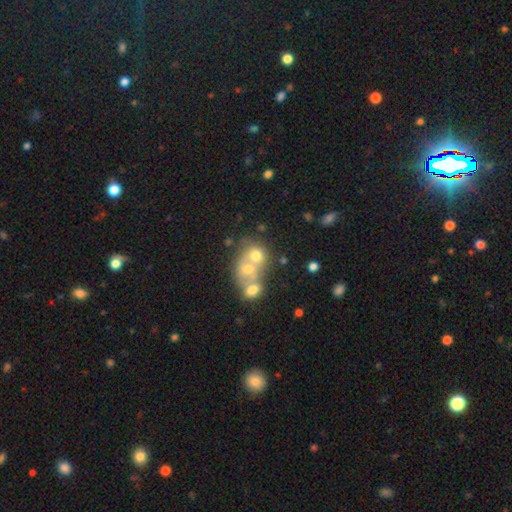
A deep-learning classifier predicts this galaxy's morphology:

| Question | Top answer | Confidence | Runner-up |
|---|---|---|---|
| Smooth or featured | smooth | 61% | featured or disk (26%) |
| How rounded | round | 62% | in between (37%) |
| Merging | merger | 63% | none (24%) |